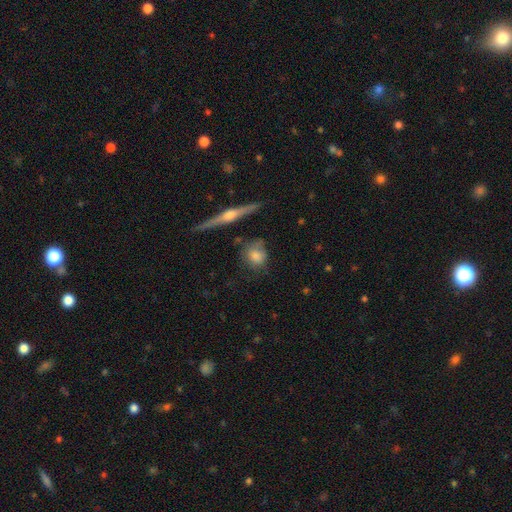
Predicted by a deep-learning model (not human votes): This appears to be a smooth galaxy with no disk features (70%) that is round (72%). Merging: none (69%).